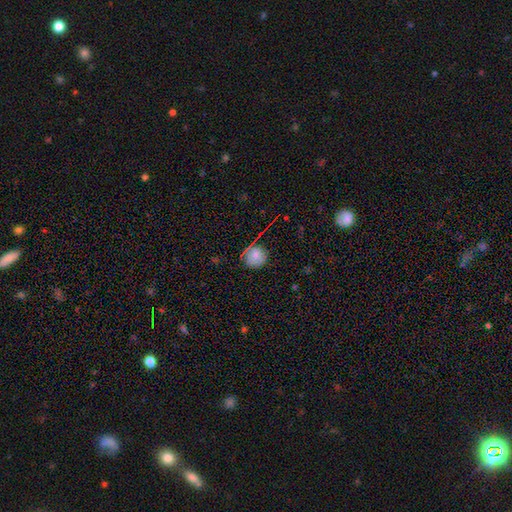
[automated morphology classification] Smooth or featured?
  - smooth: 74% *
  - featured or disk: 13%
  - star or artifact: 13%
How rounded?
  - round: 90% *
  - in between: 9%
  - cigar-shaped: 1%
Merging?
  - none: 77% *
  - minor disturbance: 17%
  - major disturbance: 4%
  - merger: 2%